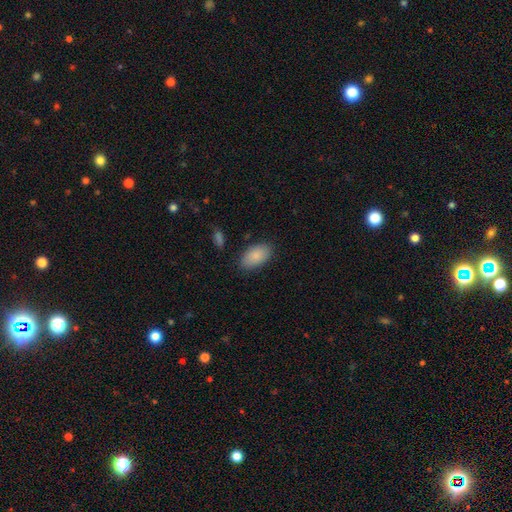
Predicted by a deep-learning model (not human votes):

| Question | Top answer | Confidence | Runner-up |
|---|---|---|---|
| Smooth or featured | smooth | 87% | featured or disk (7%) |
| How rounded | in between | 94% | round (4%) |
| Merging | none | 84% | minor disturbance (12%) |